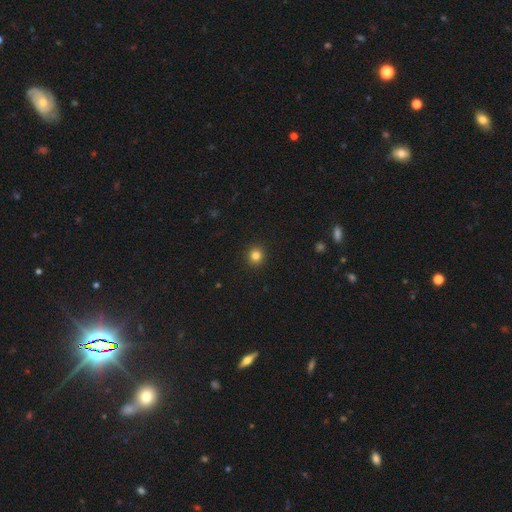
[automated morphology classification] Q: Smooth or featured?
A: smooth (83%); runner-up: star or artifact (12%)
Q: How rounded?
A: round (92%); runner-up: in between (7%)
Q: Merging?
A: none (93%); runner-up: minor disturbance (5%)